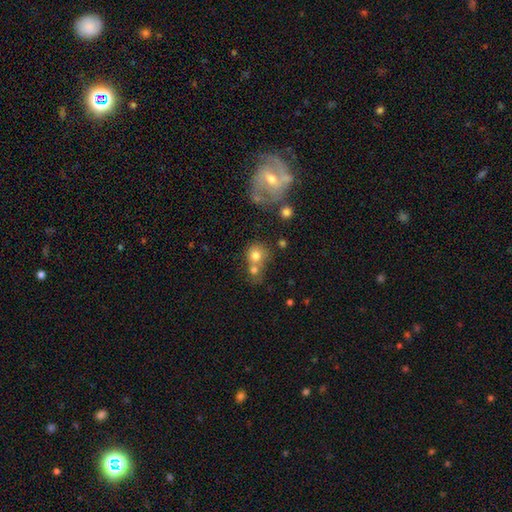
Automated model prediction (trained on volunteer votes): smooth-or-featured: smooth: 74% | featured or disk: 14% | star or artifact: 12%
  how-rounded: round: 82% | in between: 17% | cigar-shaped: 1%
  merging: merger: 44% | none: 40% | minor disturbance: 10% | major disturbance: 6%